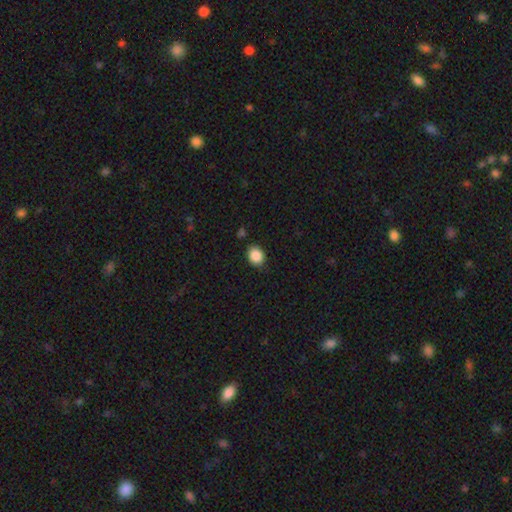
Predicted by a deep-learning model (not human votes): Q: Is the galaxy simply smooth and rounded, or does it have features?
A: smooth — 88%.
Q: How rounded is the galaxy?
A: in between — 53%.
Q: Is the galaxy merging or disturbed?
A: none — 84%.